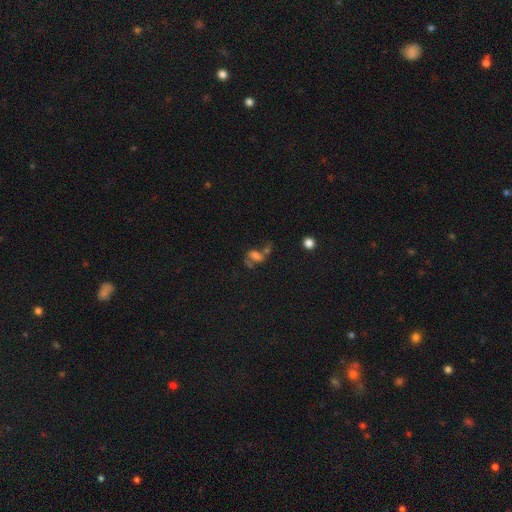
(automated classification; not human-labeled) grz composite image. It shows a smooth galaxy with no disk features (40%). Merging: merger (32%).